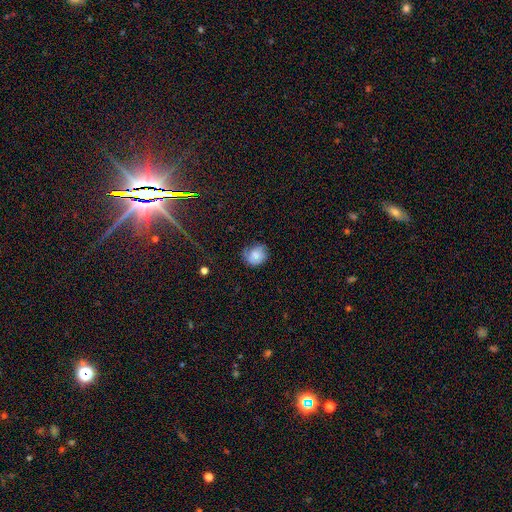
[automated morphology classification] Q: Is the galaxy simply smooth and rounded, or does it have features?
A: smooth — 68%.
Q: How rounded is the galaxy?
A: round — 73%.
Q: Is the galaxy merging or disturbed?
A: none — 59%.